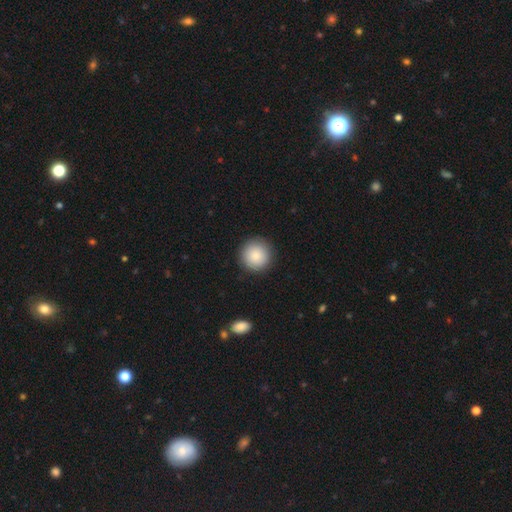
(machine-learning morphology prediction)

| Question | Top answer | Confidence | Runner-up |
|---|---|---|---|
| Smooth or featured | smooth | 87% | star or artifact (8%) |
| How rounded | round | 95% | in between (4%) |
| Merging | none | 91% | minor disturbance (6%) |